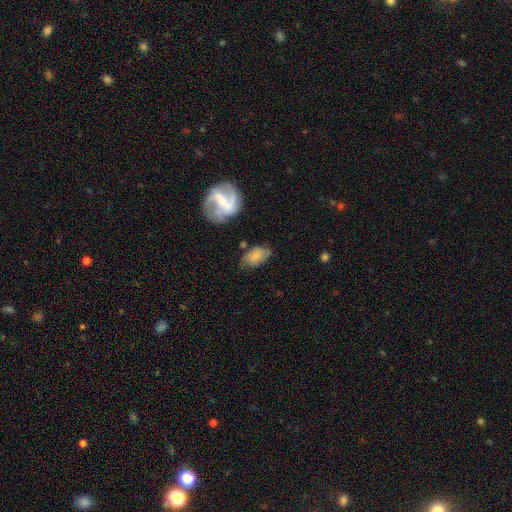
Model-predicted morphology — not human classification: The model was most divided on "merging": none: 59%, minor disturbance: 25%, major disturbance: 10%, merger: 6%. More confident: how rounded — in between (89%); smooth or featured — smooth (64%).